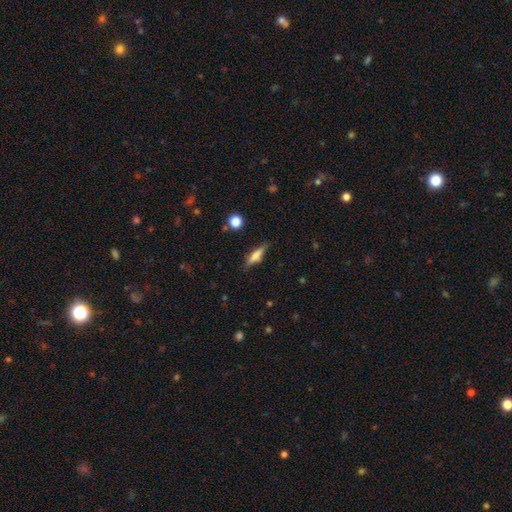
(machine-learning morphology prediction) smooth-or-featured: smooth: 49% | featured or disk: 43% | star or artifact: 8%
  merging: none: 83% | minor disturbance: 12% | major disturbance: 3% | merger: 2%